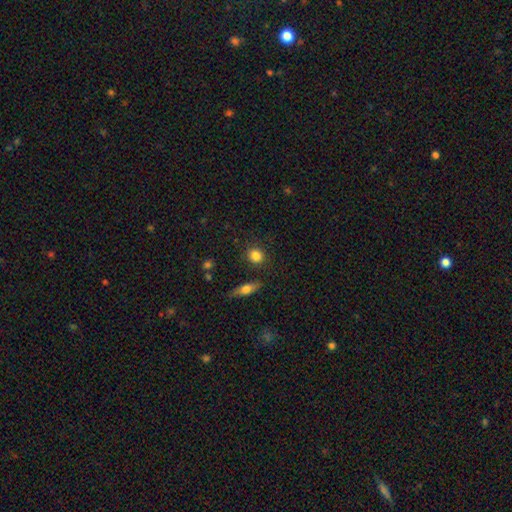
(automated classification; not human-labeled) The model was most divided on "how rounded": round: 81%, in between: 17%, cigar-shaped: 2%. More confident: merging — none (86%); smooth or featured — smooth (84%).